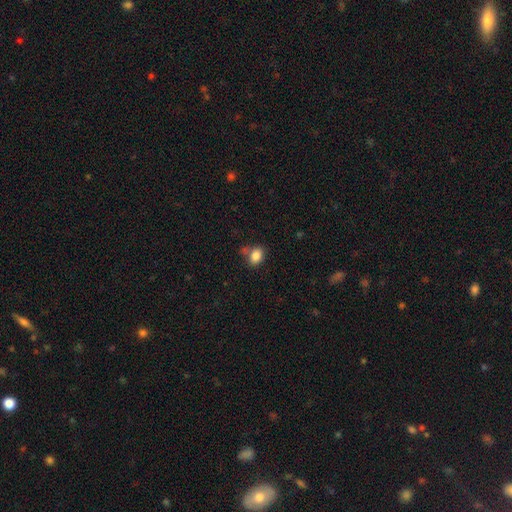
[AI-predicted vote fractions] Smooth or featured: smooth — 85% (star or artifact — 10%)
How rounded: in between — 70% (round — 29%)
Merging: none — 61% (minor disturbance — 19%)